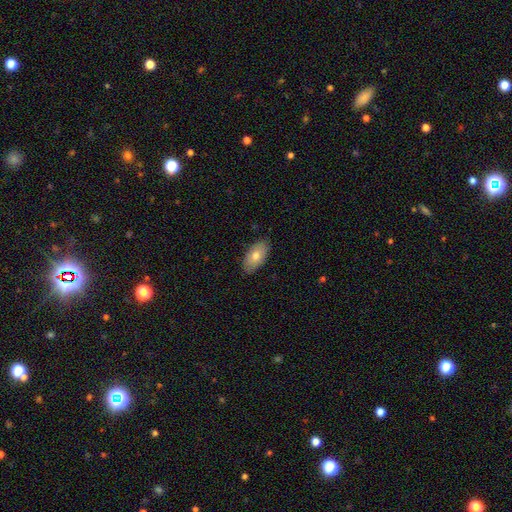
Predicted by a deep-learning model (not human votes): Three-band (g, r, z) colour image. It shows a smooth galaxy with no disk features (74%) that is in between round and cigar-shaped (93%). Merging: none (86%).